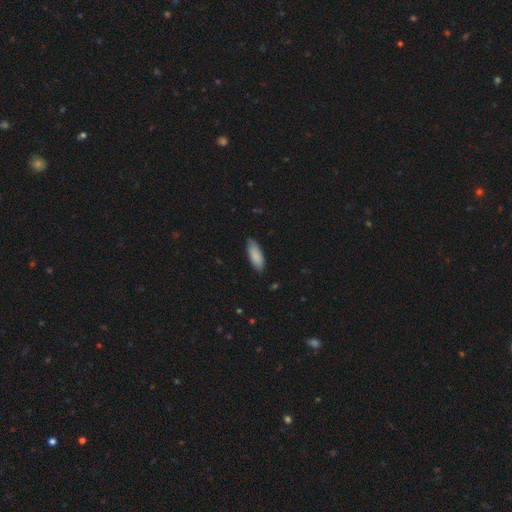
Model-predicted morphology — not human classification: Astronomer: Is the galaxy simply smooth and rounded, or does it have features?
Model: smooth — 87%.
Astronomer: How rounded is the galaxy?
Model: in between — 73%.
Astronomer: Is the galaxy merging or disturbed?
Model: none — 82%.